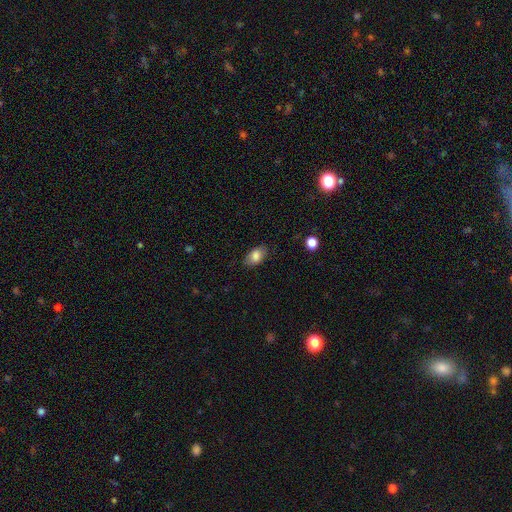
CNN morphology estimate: Smooth or featured: smooth — 83% (featured or disk — 9%)
How rounded: in between — 90% (round — 7%)
Merging: none — 82% (minor disturbance — 14%)